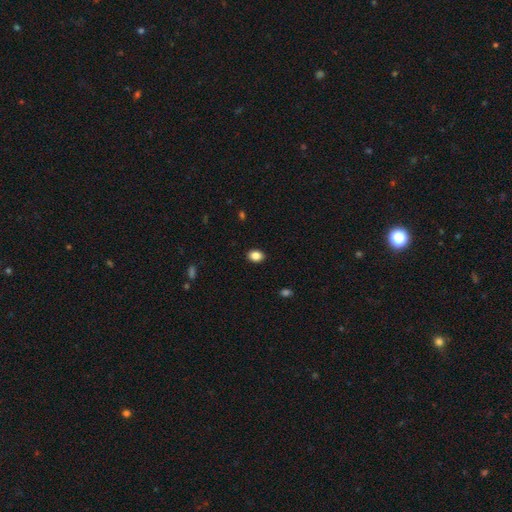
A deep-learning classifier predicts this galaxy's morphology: Smooth or featured? Predicted: smooth (p=0.87). How rounded? Predicted: in between (p=0.70). Merging? Predicted: none (p=0.90).